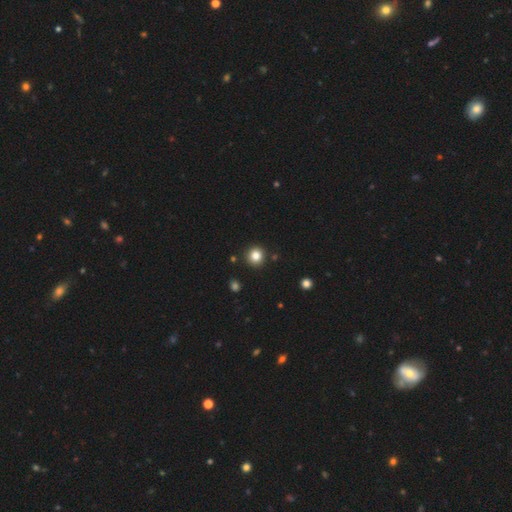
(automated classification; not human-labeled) This appears to be a smooth galaxy with no disk features (84%) that is round (94%). Merging: none (91%).